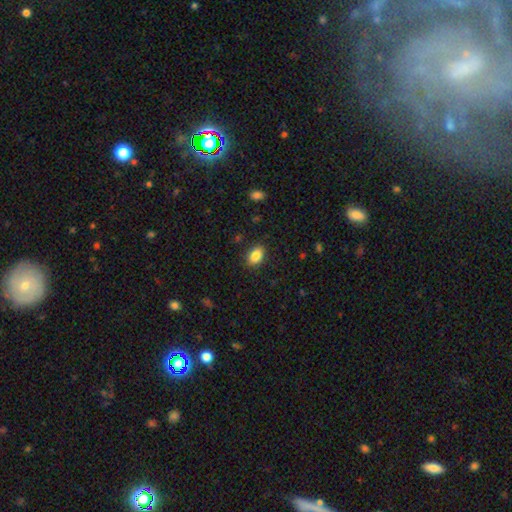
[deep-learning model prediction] This appears to be a smooth galaxy with no disk features (86%) that is in between round and cigar-shaped (84%). Merging: none (87%).